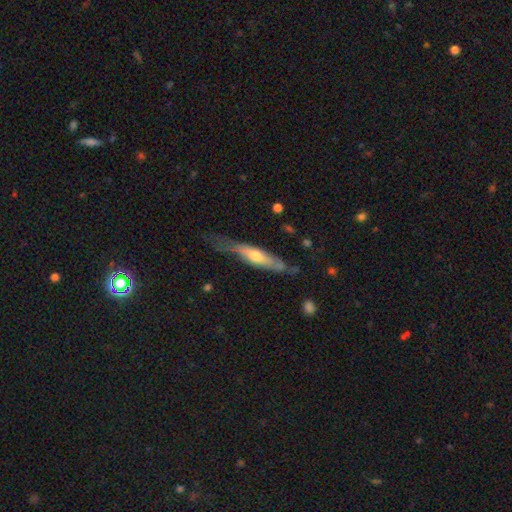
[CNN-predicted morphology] Smooth or featured? Predicted: featured or disk (p=0.52). Edge-on disk? Predicted: yes (p=0.70). Merging? Predicted: none (p=0.48).